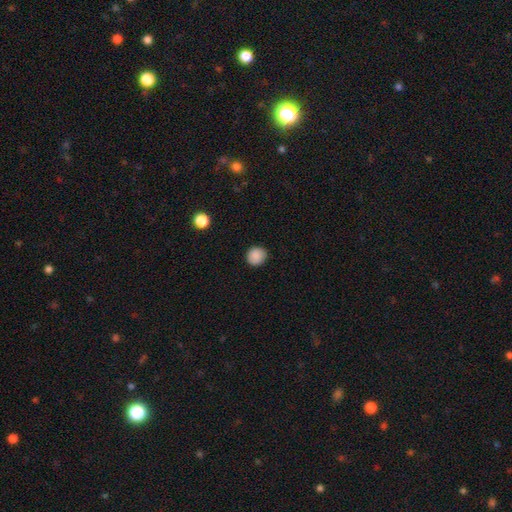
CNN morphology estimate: This is clearly a smooth galaxy (88%). How rounded: clearly round (91%). Merging: clearly none (90%).